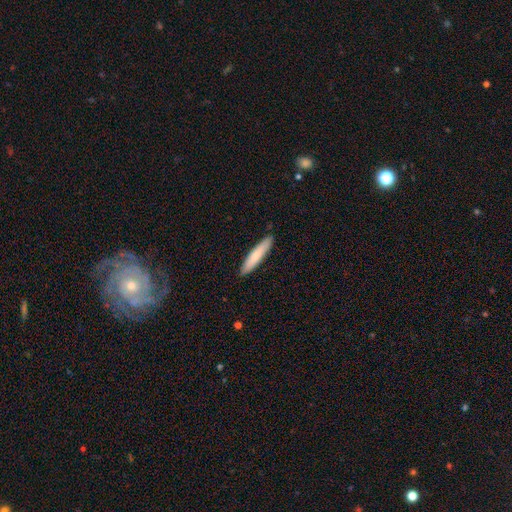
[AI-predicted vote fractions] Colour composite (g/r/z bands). It shows a smooth galaxy with no disk features (75%) that is cigar-shaped (89%). Merging: none (90%).